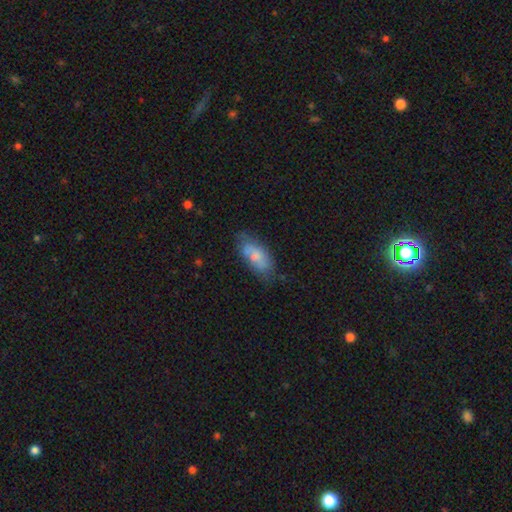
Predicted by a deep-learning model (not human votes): Smooth or featured: smooth — 64% (featured or disk — 29%)
How rounded: in between — 87% (cigar-shaped — 10%)
Merging: none — 59% (minor disturbance — 26%)